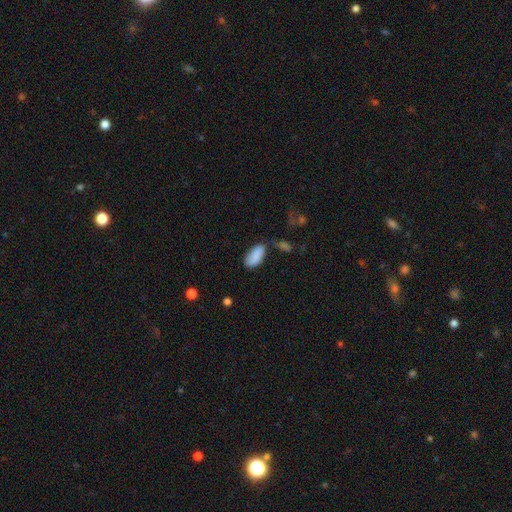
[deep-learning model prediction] Smooth or featured? smooth (86%)
How rounded? in between (93%)
Merging? none (57%)